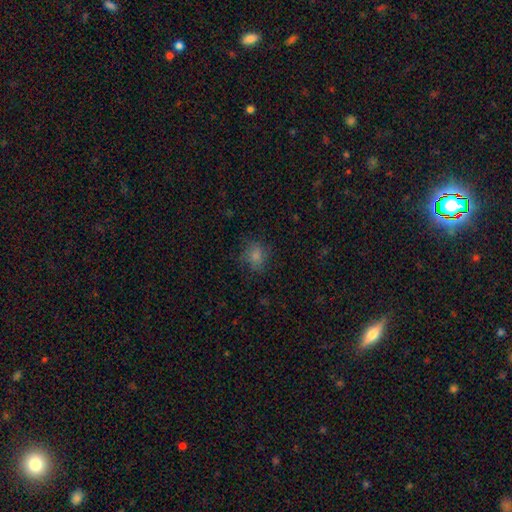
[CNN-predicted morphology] Smooth or featured?
  - smooth: 77% *
  - star or artifact: 13%
  - featured or disk: 11%
How rounded?
  - round: 60% *
  - in between: 39%
  - cigar-shaped: 1%
Merging?
  - none: 70% *
  - minor disturbance: 19%
  - major disturbance: 9%
  - merger: 1%